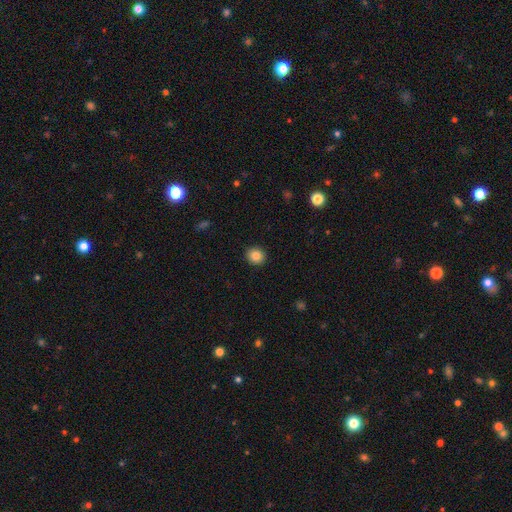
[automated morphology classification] smooth_or_featured: smooth (p=0.85) [alt: star or artifact p=0.10]
how_rounded: round (p=0.80) [alt: in between p=0.19]
merging: none (p=0.91) [alt: minor disturbance p=0.06]